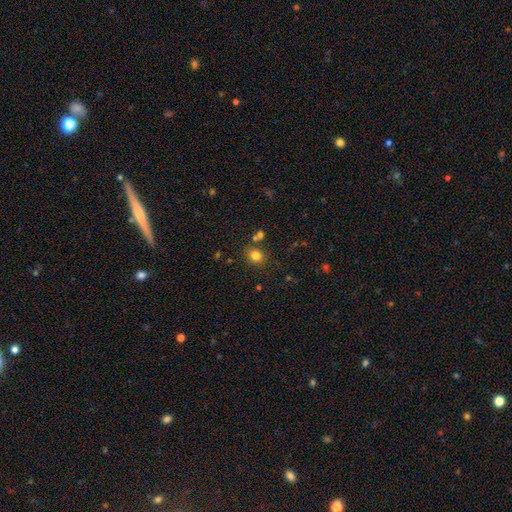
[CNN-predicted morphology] smooth 79%, star or artifact 14%, featured or disk 7%. Down the decision tree: how rounded — round (65%); merging — none (80%).